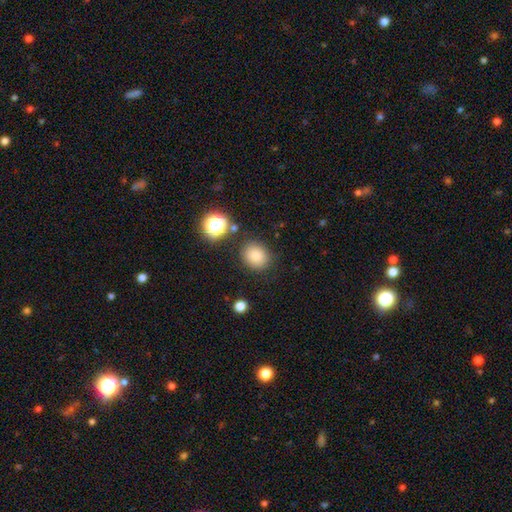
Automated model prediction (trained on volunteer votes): The model was most divided on "how rounded": round: 69%, in between: 30%, cigar-shaped: 1%. More confident: merging — none (83%); smooth or featured — smooth (81%).